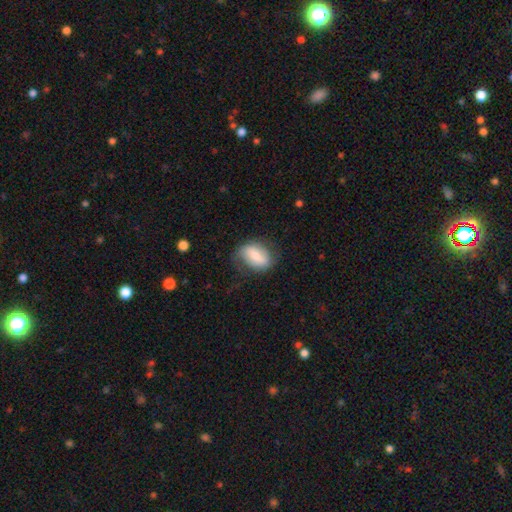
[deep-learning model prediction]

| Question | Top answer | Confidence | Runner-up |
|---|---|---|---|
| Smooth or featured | smooth | 53% | featured or disk (40%) |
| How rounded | in between | 75% | round (23%) |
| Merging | none | 62% | minor disturbance (25%) |